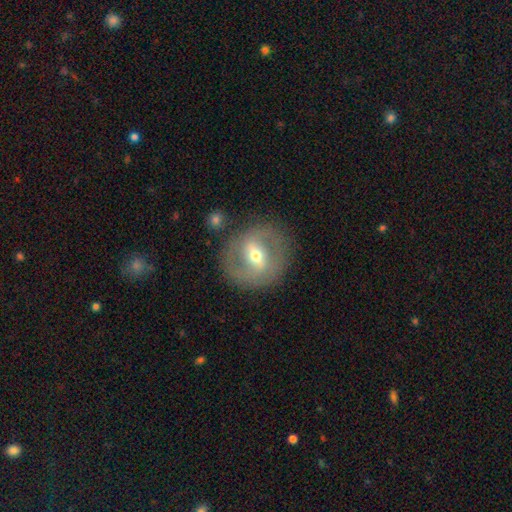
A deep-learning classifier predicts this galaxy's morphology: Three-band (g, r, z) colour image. It shows a featured or disk galaxy (66%) with a strong bar (45%), no spiral arms (55%) and a moderate central bulge (64%). Merging: none (79%).